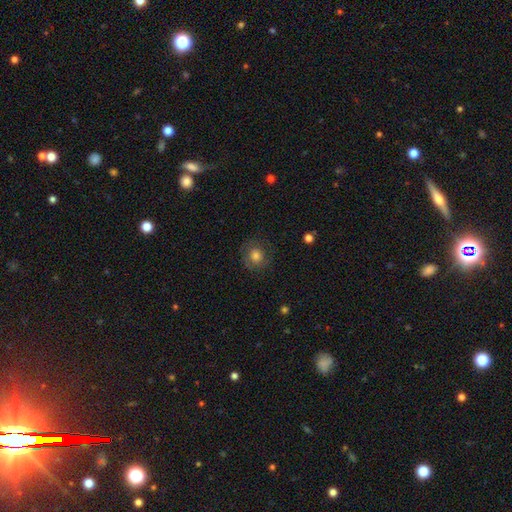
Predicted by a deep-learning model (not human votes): smooth 71%, featured or disk 19%, star or artifact 10%. Down the decision tree: how rounded — round (87%); merging — none (79%).